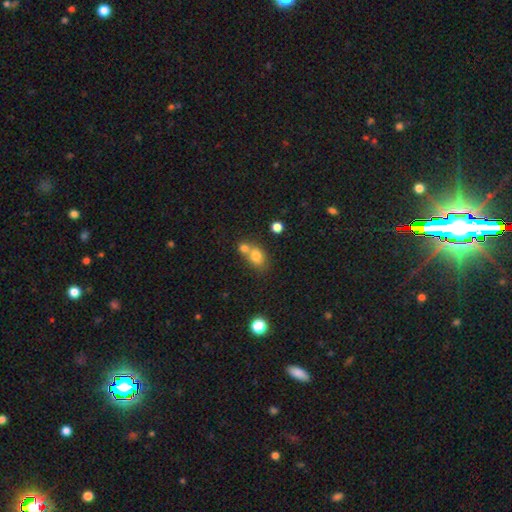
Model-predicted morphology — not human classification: Q: Smooth or featured?
A: smooth (76%); runner-up: featured or disk (12%)
Q: How rounded?
A: in between (54%); runner-up: round (44%)
Q: Merging?
A: merger (52%); runner-up: none (35%)